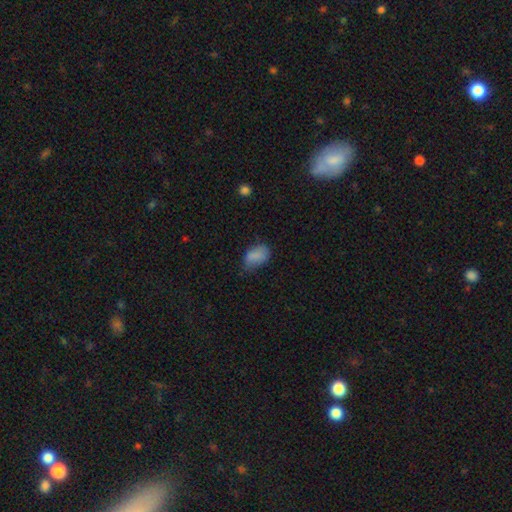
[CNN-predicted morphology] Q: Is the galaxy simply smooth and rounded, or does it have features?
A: smooth — 83%.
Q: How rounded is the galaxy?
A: in between — 90%.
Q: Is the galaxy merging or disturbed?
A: none — 54%.